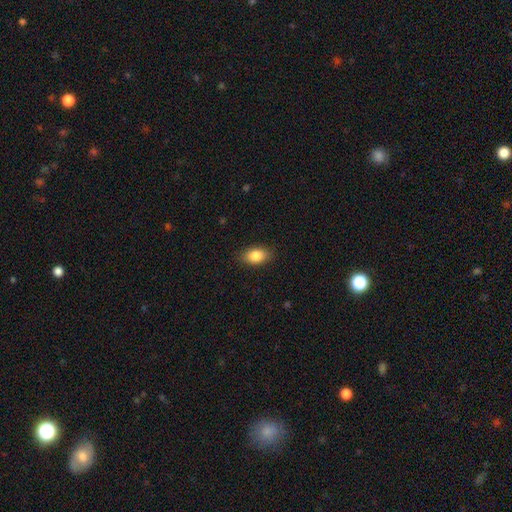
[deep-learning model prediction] Smooth or featured? Predicted: smooth (p=0.86). How rounded? Predicted: in between (p=0.89). Merging? Predicted: none (p=0.87).